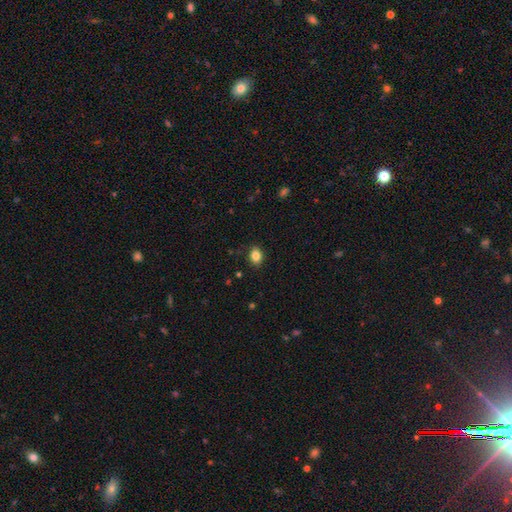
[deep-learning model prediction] Smooth or featured?
  - smooth: 85% *
  - star or artifact: 10%
  - featured or disk: 5%
How rounded?
  - in between: 64% *
  - round: 35%
  - cigar-shaped: 1%
Merging?
  - none: 87% *
  - minor disturbance: 9%
  - major disturbance: 2%
  - merger: 1%